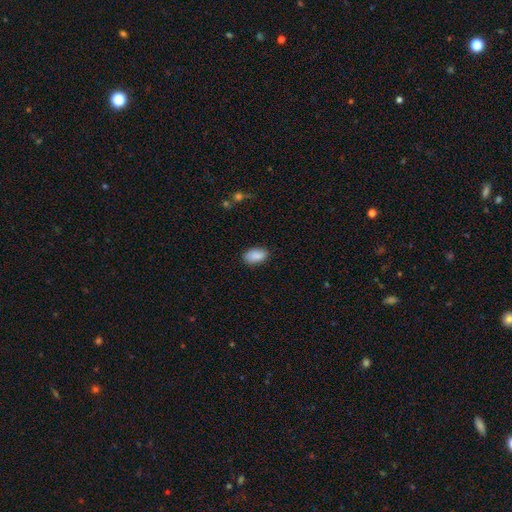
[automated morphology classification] A smooth galaxy with no disk features (89%) that is in between round and cigar-shaped (94%). Merging: none (83%).